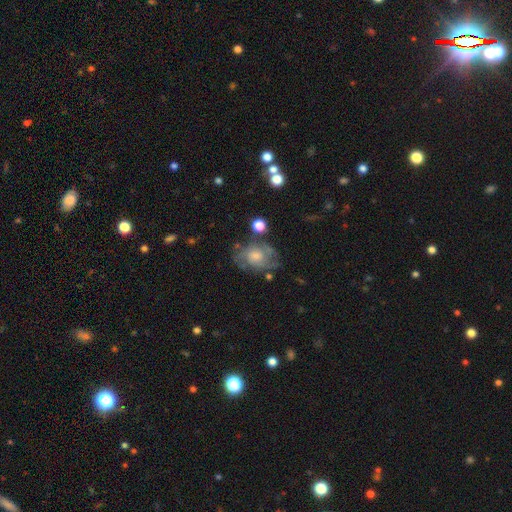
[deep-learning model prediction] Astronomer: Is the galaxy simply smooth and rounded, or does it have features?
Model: featured or disk — 61%.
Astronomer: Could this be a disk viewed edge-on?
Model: no — 96%.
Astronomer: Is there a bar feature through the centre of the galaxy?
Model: no — 77%.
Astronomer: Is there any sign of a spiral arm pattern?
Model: yes — 73%.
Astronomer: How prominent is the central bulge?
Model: moderate — 43% (runner-up: small, 39%).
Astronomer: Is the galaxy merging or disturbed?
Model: none — 63%.